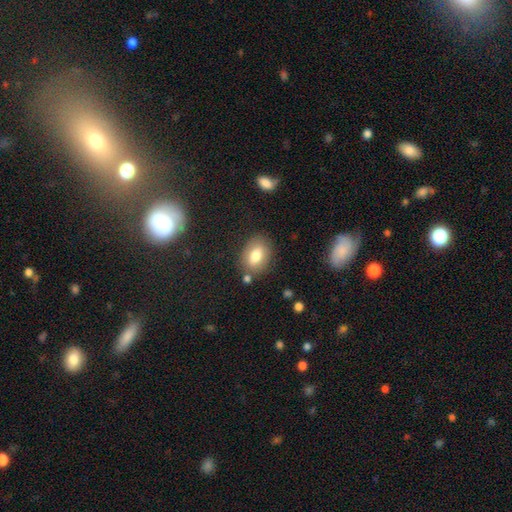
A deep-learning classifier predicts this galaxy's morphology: Smooth or featured: smooth — 77% (featured or disk — 14%)
How rounded: in between — 80% (round — 18%)
Merging: none — 77% (minor disturbance — 13%)